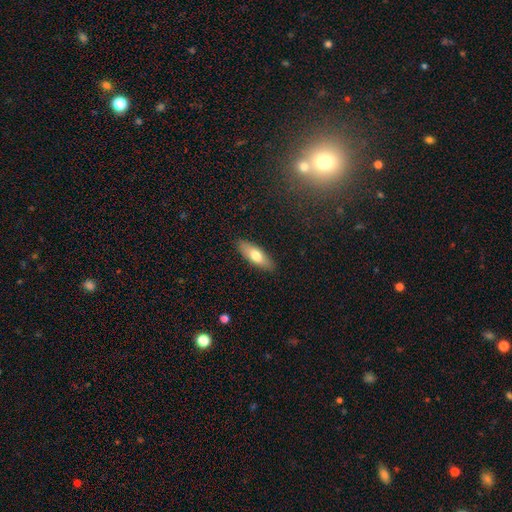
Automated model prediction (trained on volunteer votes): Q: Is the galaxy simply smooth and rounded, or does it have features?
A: smooth — 71%.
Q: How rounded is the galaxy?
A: in between — 62%.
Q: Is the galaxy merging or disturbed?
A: none — 88%.